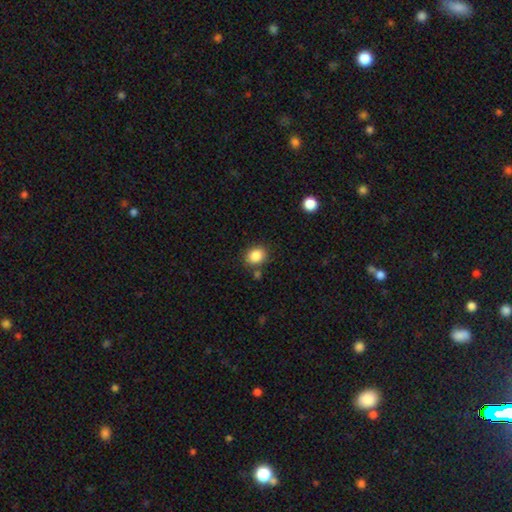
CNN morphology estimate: Smooth or featured: smooth — 86% (star or artifact — 9%)
How rounded: round — 55% (in between — 44%)
Merging: none — 78% (minor disturbance — 12%)